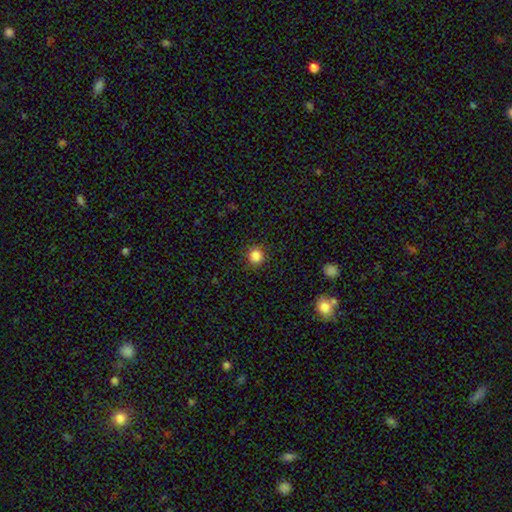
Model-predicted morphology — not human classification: The model was most divided on "smooth or featured": smooth: 85%, star or artifact: 12%, featured or disk: 4%. More confident: how rounded — round (94%); merging — none (91%).